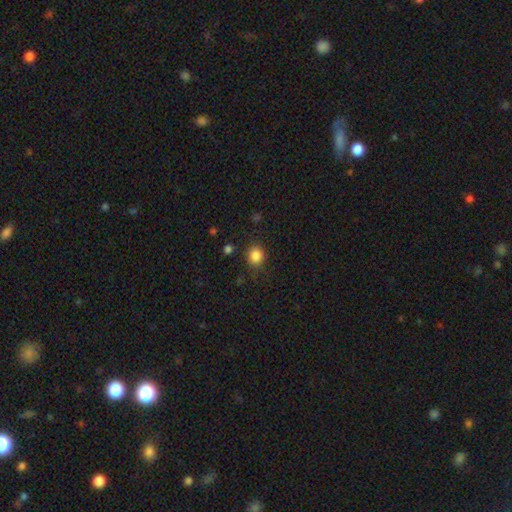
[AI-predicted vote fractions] A smooth galaxy with no disk features (85%) that is round (79%). Merging: none (83%).